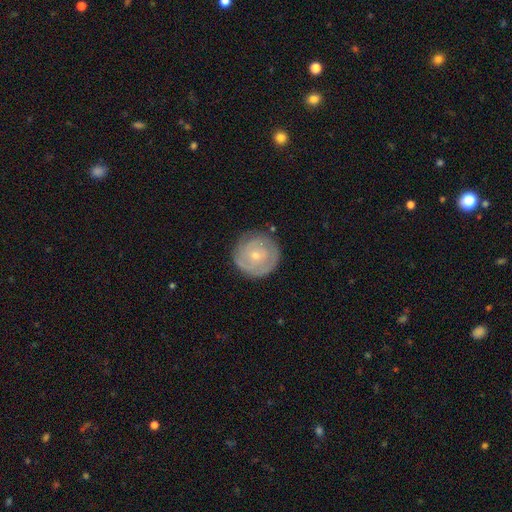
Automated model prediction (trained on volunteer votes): Smooth or featured: featured or disk — 56% (smooth — 38%)
Edge-on disk: no — 97% (yes — 3%)
Bar: no — 79% (weak — 18%)
Spiral arms: yes — 66% (no — 34%)
Bulge size: small — 64% (moderate — 32%)
Merging: none — 80% (minor disturbance — 14%)